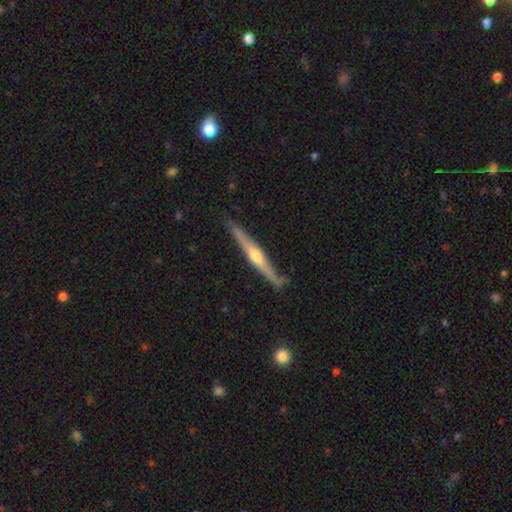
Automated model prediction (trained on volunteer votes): featured or disk 71%, smooth 24%, star or artifact 5%. Down the decision tree: edge-on disk — yes (97%); edge-on bulge — rounded (88%); merging — none (81%).